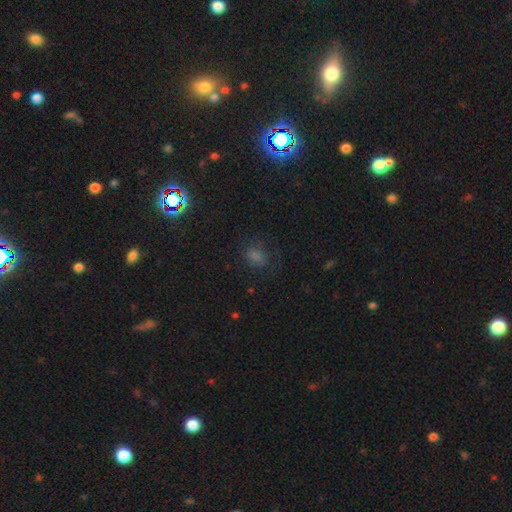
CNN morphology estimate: The model was most divided on "how rounded": round: 58%, in between: 41%, cigar-shaped: 2%. More confident: merging — none (76%); smooth or featured — smooth (55%).